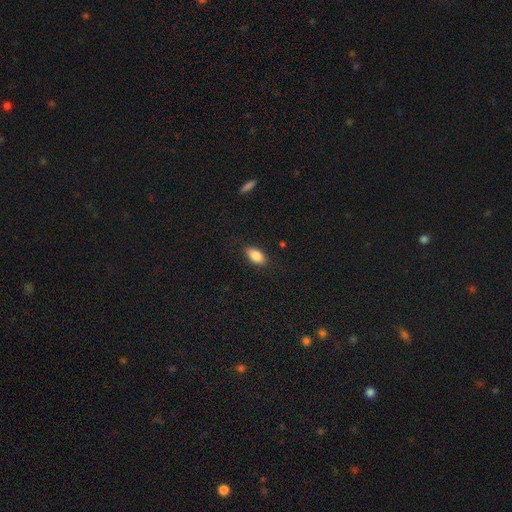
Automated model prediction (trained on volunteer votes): smooth-or-featured: smooth: 85% | star or artifact: 8% | featured or disk: 7%
  how-rounded: in between: 91% | cigar-shaped: 5% | round: 4%
  merging: none: 86% | minor disturbance: 11% | major disturbance: 3% | merger: 1%